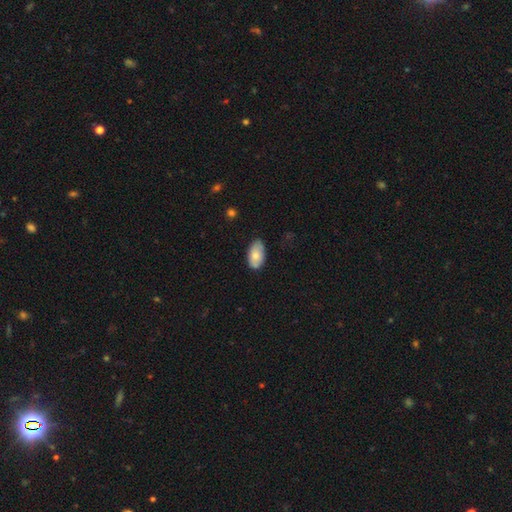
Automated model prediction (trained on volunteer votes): Q: Smooth or featured?
A: smooth (75%); runner-up: featured or disk (19%)
Q: How rounded?
A: in between (94%); runner-up: round (4%)
Q: Merging?
A: none (72%); runner-up: minor disturbance (23%)